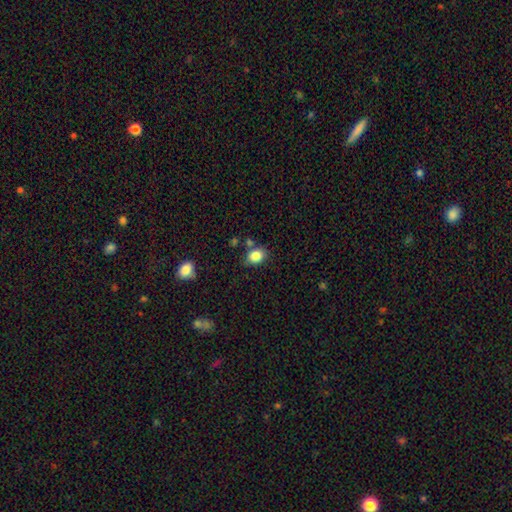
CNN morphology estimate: A smooth galaxy with no disk features (84%) that is in between round and cigar-shaped (57%).

Vote fractions:
- Smooth or featured? smooth: 84% / star or artifact: 10% / featured or disk: 6%
- How rounded? in between: 57% / round: 42% / cigar-shaped: 1%
- Merging? none: 73% / minor disturbance: 15% / merger: 9% / major disturbance: 4%